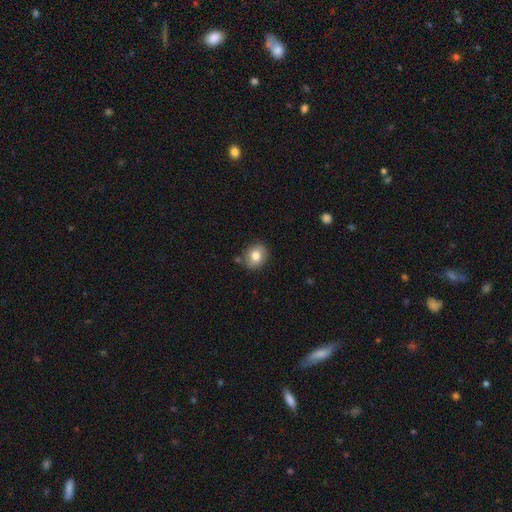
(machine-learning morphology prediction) Smooth or featured? smooth (80%)
How rounded? round (59%)
Merging? none (81%)